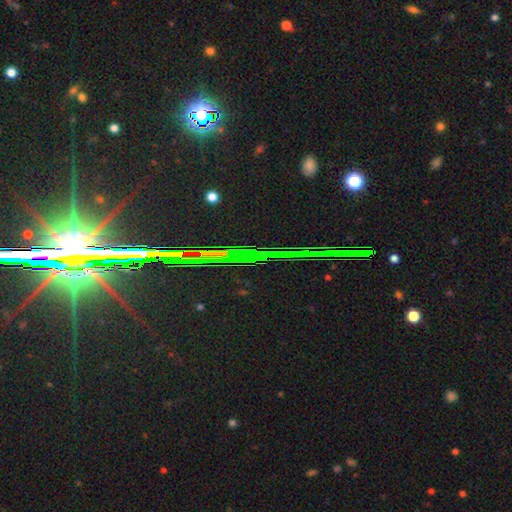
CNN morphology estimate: smooth_or_featured: star or artifact (p=0.80) [alt: featured or disk p=0.13]